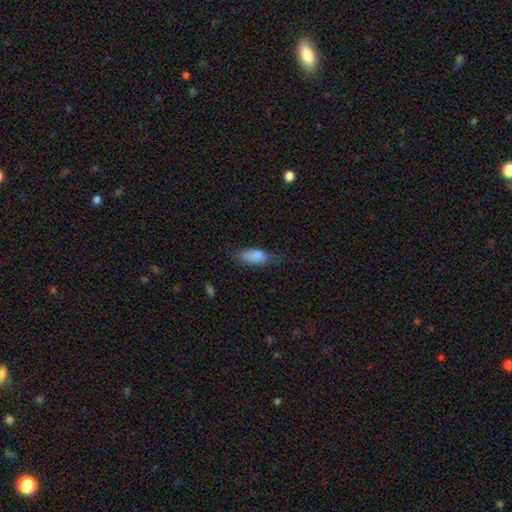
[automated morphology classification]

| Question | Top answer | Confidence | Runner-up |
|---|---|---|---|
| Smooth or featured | smooth | 80% | featured or disk (13%) |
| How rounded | in between | 75% | cigar-shaped (23%) |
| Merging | none | 57% | minor disturbance (31%) |